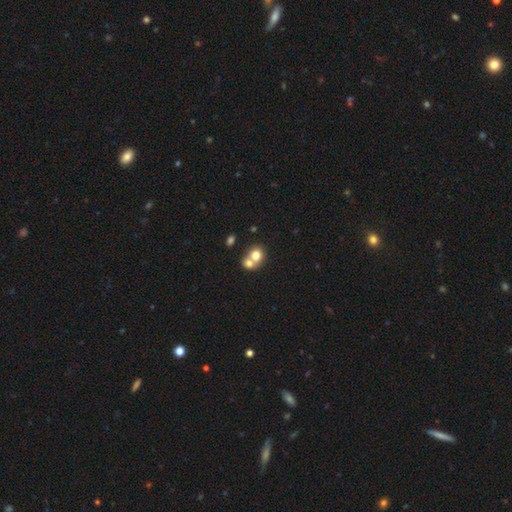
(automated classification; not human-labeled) Overall: smooth (73%). How rounded: round (69%; in between 30%). Merging: merger (61%; none 31%).